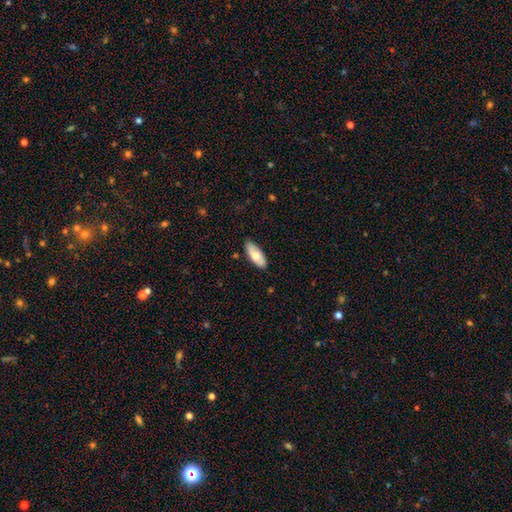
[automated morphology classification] This appears to be a smooth galaxy with no disk features (70%) that is in between round and cigar-shaped (85%). Merging: none (86%).